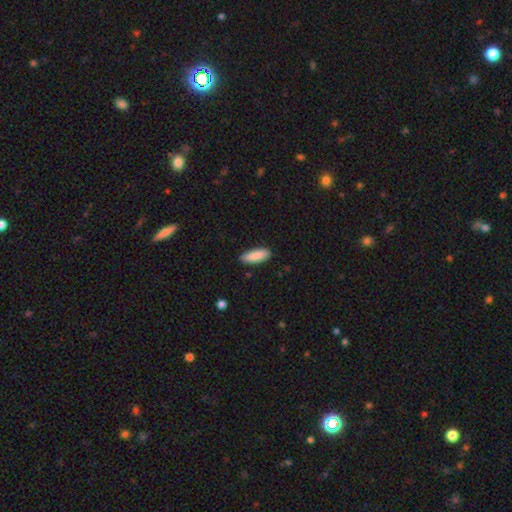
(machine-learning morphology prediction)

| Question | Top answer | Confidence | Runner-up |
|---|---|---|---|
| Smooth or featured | smooth | 89% | star or artifact (5%) |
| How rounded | in between | 64% | cigar-shaped (35%) |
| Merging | none | 89% | minor disturbance (8%) |